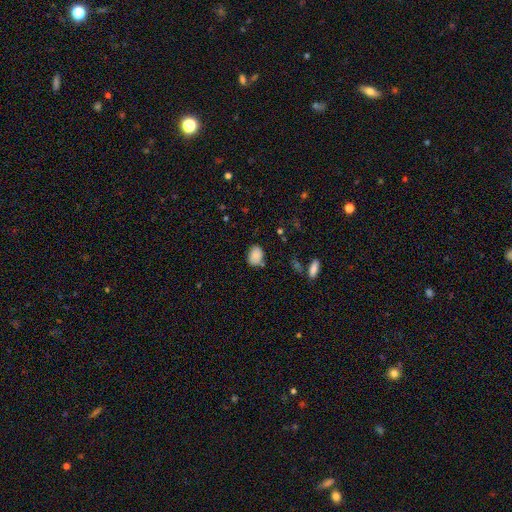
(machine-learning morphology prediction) A smooth galaxy with no disk features (85%) that is in between round and cigar-shaped (70%). Merging: none (73%).